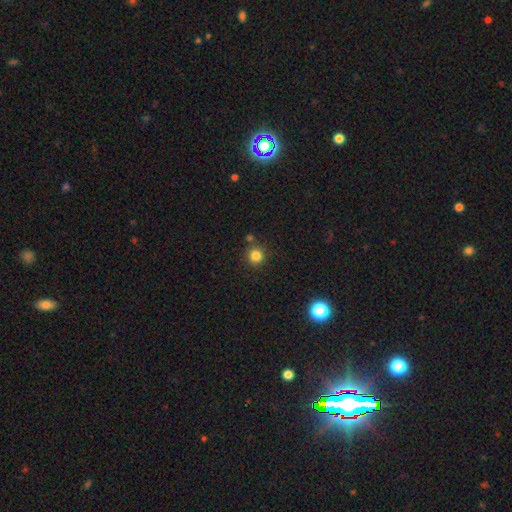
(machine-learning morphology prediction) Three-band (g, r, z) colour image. It shows a smooth galaxy with no disk features (83%) that is round (94%). Merging: none (81%).